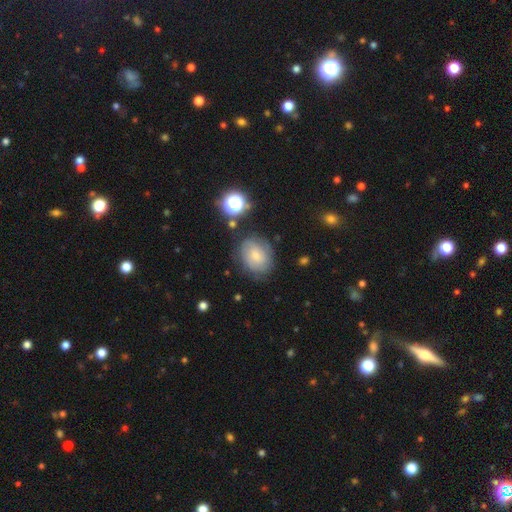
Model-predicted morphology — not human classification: A smooth galaxy with no disk features (47%).

Vote fractions:
- Smooth or featured? smooth: 47% / featured or disk: 43% / star or artifact: 11%
- Merging? none: 72% / minor disturbance: 18% / major disturbance: 7% / merger: 3%